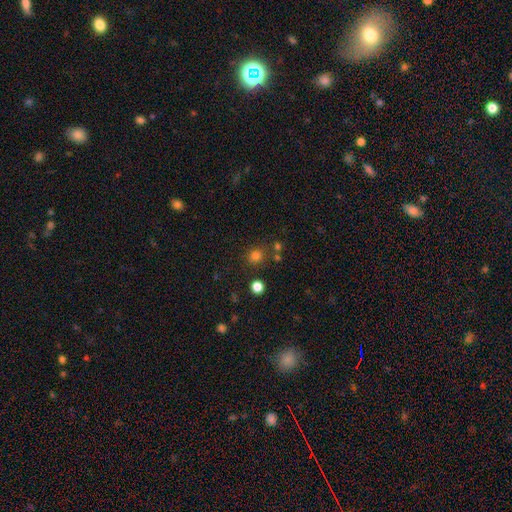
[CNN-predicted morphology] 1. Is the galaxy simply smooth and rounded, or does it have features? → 77% smooth, 17% star or artifact, 5% featured or disk.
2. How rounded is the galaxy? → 86% round, 13% in between, 1% cigar-shaped.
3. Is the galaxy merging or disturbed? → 79% none, 9% minor disturbance, 8% merger, 3% major disturbance.